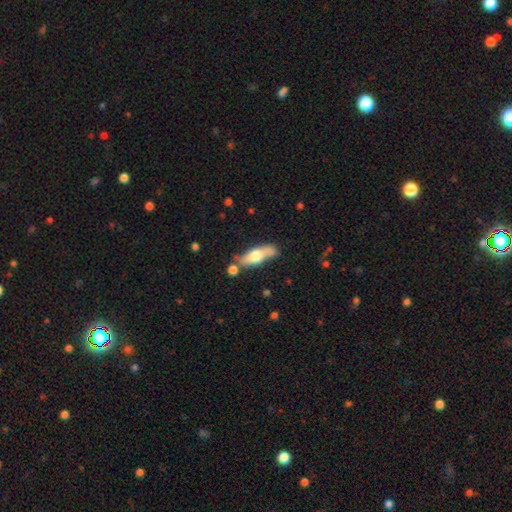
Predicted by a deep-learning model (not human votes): Smooth or featured?
  - smooth: 54% *
  - featured or disk: 40%
  - star or artifact: 6%
How rounded?
  - in between: 50% *
  - cigar-shaped: 46%
  - round: 3%
Merging?
  - none: 66% *
  - minor disturbance: 18%
  - merger: 11%
  - major disturbance: 5%